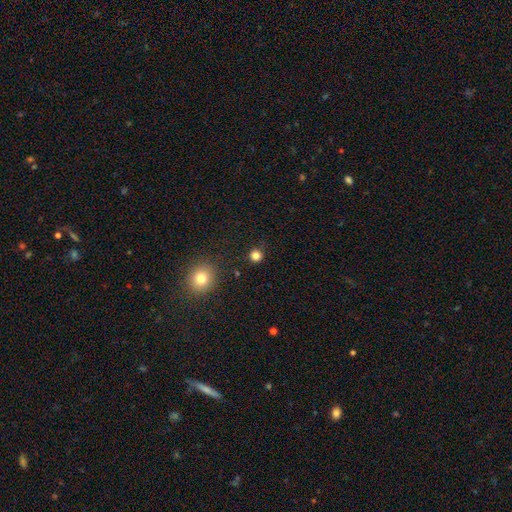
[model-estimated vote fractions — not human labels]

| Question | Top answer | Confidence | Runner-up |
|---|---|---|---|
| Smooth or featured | smooth | 81% | star or artifact (15%) |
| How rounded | round | 92% | in between (7%) |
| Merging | none | 86% | minor disturbance (8%) |